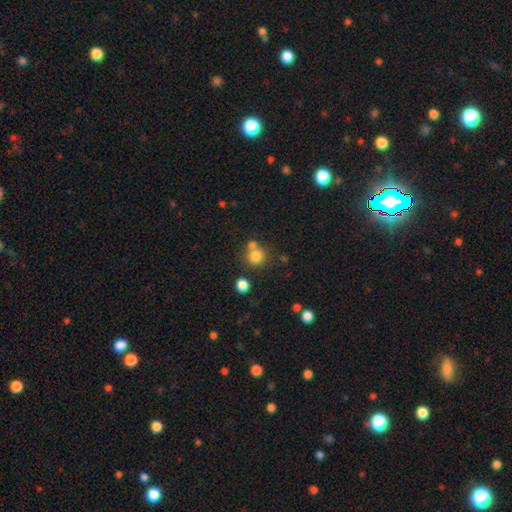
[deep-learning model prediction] A smooth galaxy with no disk features (79%) that is round (87%). Merging: none (61%).